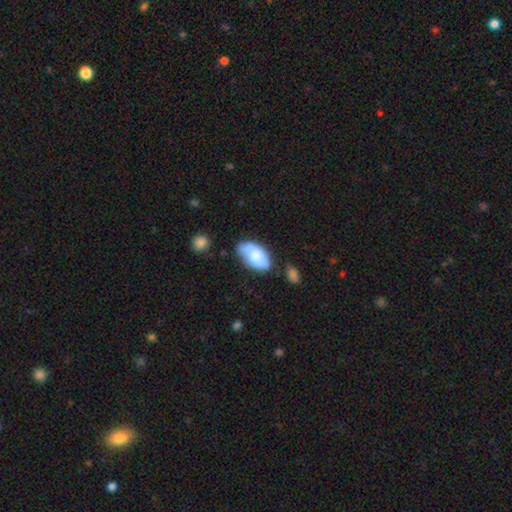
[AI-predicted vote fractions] Smooth or featured? Predicted: smooth (p=0.61). How rounded? Predicted: in between (p=0.94). Merging? Predicted: none (p=0.64).